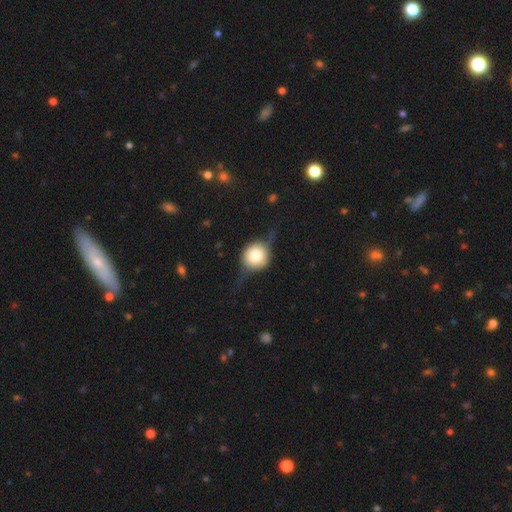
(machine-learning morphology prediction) smooth-or-featured: smooth: 47% | featured or disk: 44% | star or artifact: 9%
  merging: none: 60% | minor disturbance: 24% | major disturbance: 14% | merger: 2%